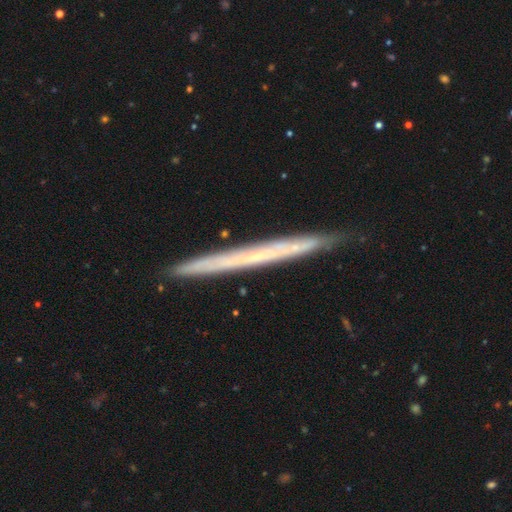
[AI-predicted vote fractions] Q: Smooth or featured?
A: featured or disk (61%); runner-up: smooth (31%)
Q: Edge-on disk?
A: yes (94%); runner-up: no (6%)
Q: Edge-on bulge?
A: none (91%); runner-up: rounded (7%)
Q: Merging?
A: none (86%); runner-up: minor disturbance (11%)